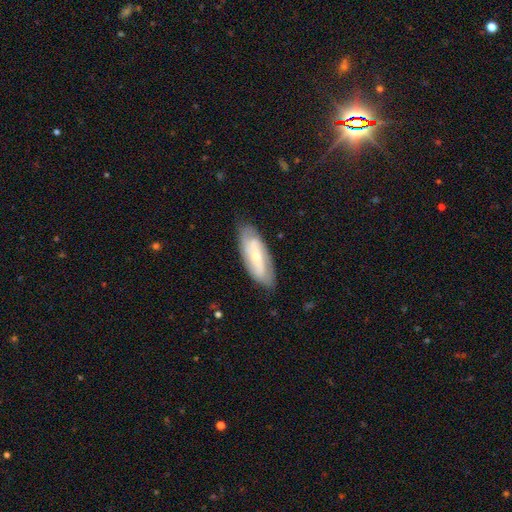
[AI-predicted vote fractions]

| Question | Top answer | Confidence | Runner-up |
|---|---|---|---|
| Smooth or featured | featured or disk | 61% | smooth (33%) |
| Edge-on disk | no | 83% | yes (17%) |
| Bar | weak | 37% | no (36%) |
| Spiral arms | yes | 77% | no (23%) |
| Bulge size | small | 61% | moderate (34%) |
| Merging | none | 79% | minor disturbance (16%) |